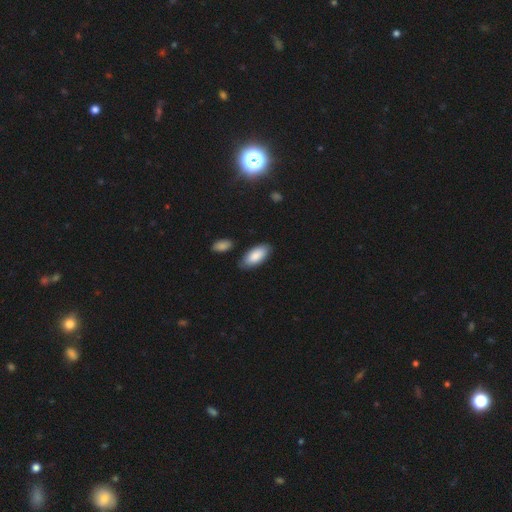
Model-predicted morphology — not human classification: smooth-or-featured: smooth: 87% | featured or disk: 8% | star or artifact: 6%
  how-rounded: in between: 91% | cigar-shaped: 7% | round: 2%
  merging: none: 83% | minor disturbance: 11% | merger: 3% | major disturbance: 2%